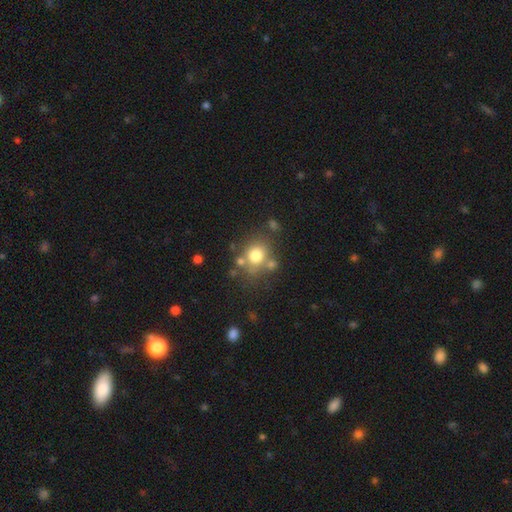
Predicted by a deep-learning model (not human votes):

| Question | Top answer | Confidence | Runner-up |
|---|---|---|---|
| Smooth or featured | smooth | 73% | featured or disk (14%) |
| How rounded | round | 74% | in between (25%) |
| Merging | none | 63% | merger (16%) |